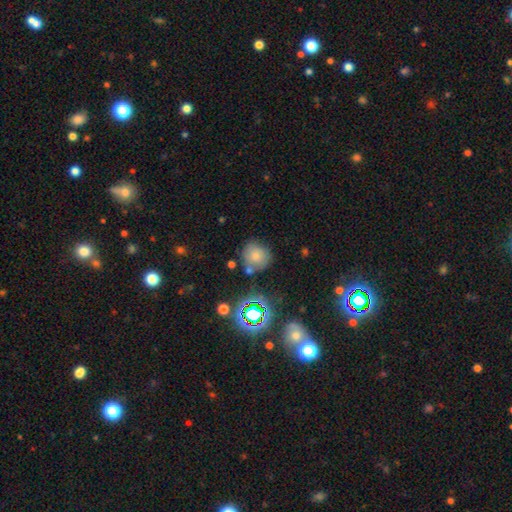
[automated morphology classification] Smooth or featured?
  - smooth: 70% *
  - star or artifact: 17%
  - featured or disk: 12%
How rounded?
  - round: 89% *
  - in between: 10%
  - cigar-shaped: 1%
Merging?
  - none: 67% *
  - minor disturbance: 16%
  - merger: 12%
  - major disturbance: 5%